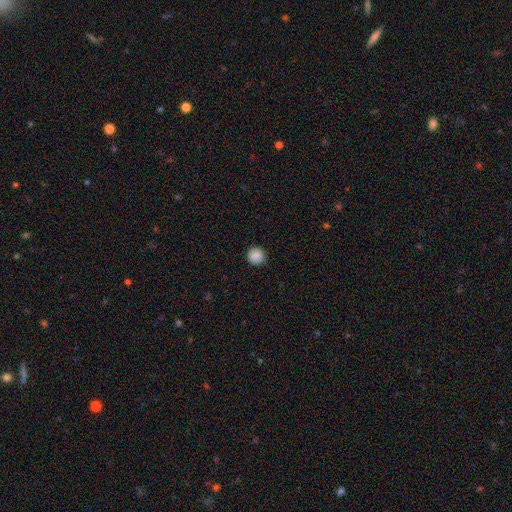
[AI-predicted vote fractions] The model was most divided on "smooth or featured": smooth: 88%, star or artifact: 9%, featured or disk: 3%. More confident: how rounded — round (94%); merging — none (89%).